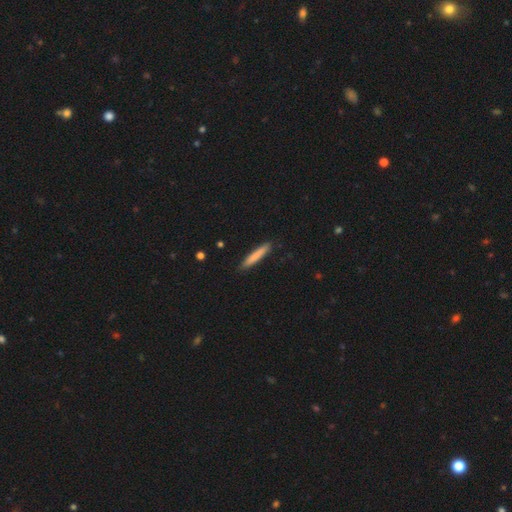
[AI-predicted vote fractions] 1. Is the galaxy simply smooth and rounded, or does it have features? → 81% smooth, 14% featured or disk, 6% star or artifact.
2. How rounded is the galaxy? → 93% cigar-shaped, 6% in between, 1% round.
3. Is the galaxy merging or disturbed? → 88% none, 9% minor disturbance, 2% major disturbance, 1% merger.